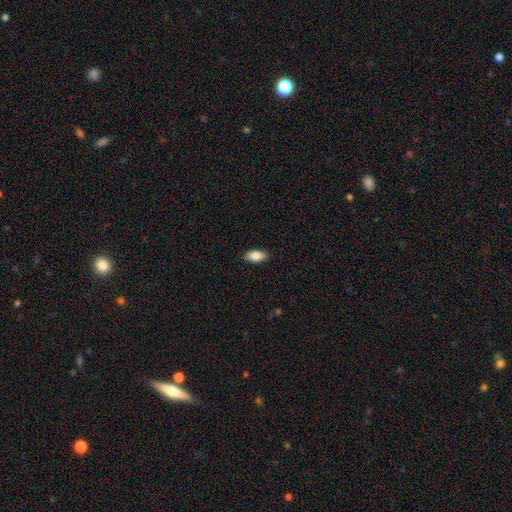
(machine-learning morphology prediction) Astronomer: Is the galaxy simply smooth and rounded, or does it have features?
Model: smooth — 85%.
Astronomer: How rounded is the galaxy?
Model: in between — 91%.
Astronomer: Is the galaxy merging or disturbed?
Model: none — 89%.